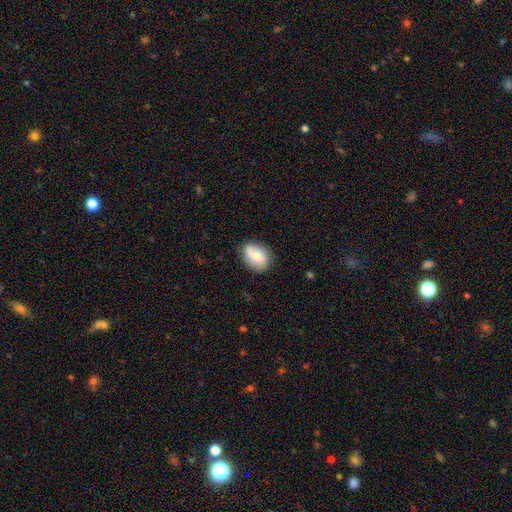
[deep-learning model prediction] Smooth or featured? smooth (56%)
How rounded? in between (69%)
Merging? none (75%)